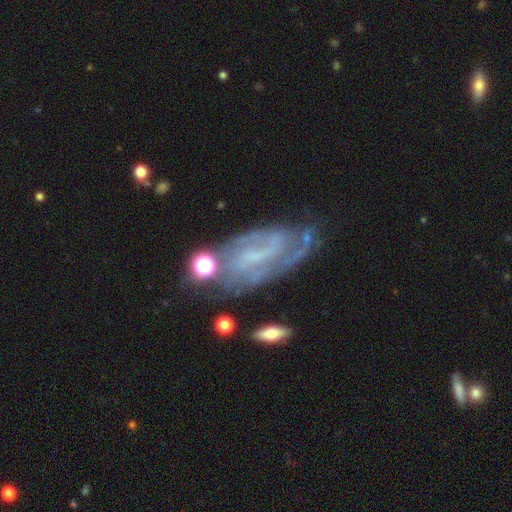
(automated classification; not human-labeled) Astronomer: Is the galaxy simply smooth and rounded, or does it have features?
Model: featured or disk — 80%.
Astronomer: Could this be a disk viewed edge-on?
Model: no — 93%.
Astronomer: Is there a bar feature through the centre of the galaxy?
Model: weak — 44% (runner-up: no, 32%).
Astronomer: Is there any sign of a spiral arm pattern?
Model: yes — 90%.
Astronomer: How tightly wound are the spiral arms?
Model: tight — 42% (runner-up: medium, 41%).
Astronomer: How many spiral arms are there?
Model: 2 — 48% (runner-up: can't tell, 27%).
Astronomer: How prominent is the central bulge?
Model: none — 46% (runner-up: small, 42%).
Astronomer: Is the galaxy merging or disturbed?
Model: none — 56%.